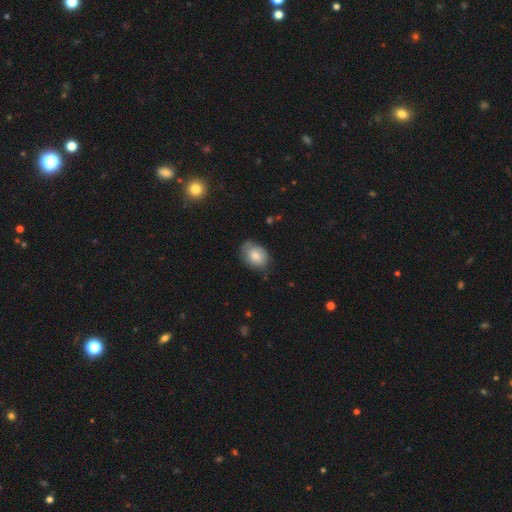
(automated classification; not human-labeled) smooth_or_featured: smooth (p=0.74) [alt: featured or disk p=0.19]
how_rounded: in between (p=0.70) [alt: round p=0.29]
merging: none (p=0.63) [alt: minor disturbance p=0.28]